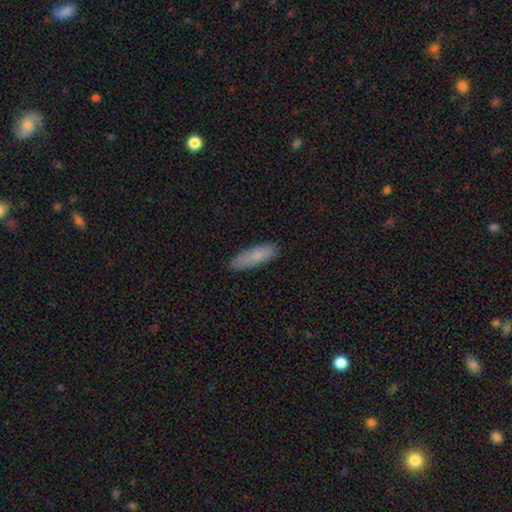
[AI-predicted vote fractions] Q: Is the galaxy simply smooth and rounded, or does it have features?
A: smooth — 83%.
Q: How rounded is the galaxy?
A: cigar-shaped — 57%.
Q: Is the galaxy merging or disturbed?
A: none — 85%.